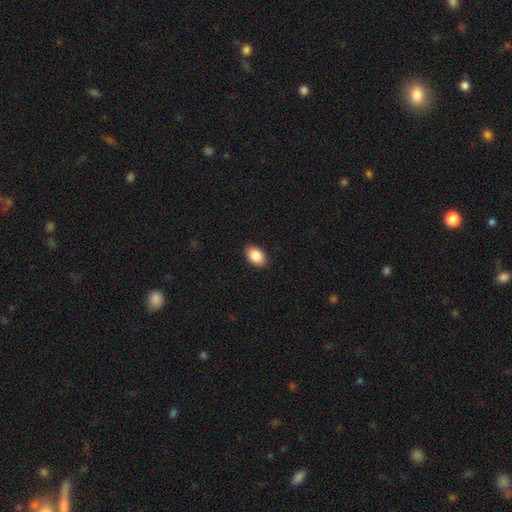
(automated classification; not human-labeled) The model was most divided on "how rounded": in between: 89%, round: 10%, cigar-shaped: 1%. More confident: merging — none (90%); smooth or featured — smooth (88%).